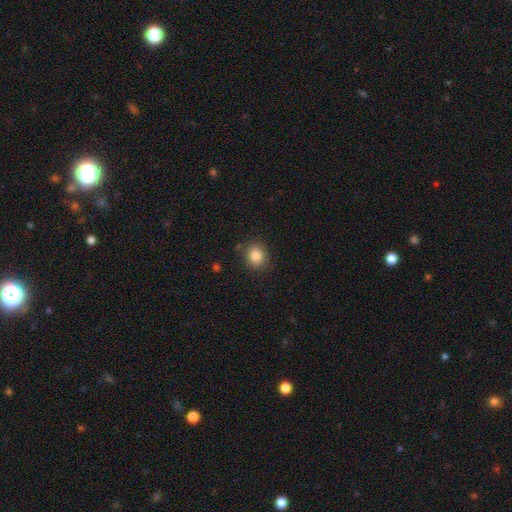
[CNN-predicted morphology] type=smooth (84%); roundness=round (72%); merging=none (85%).